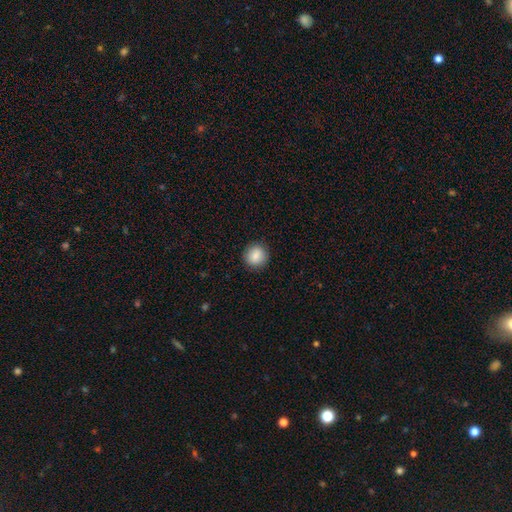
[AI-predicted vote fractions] Q: Smooth or featured?
A: smooth (87%); runner-up: star or artifact (8%)
Q: How rounded?
A: round (90%); runner-up: in between (9%)
Q: Merging?
A: none (90%); runner-up: minor disturbance (7%)